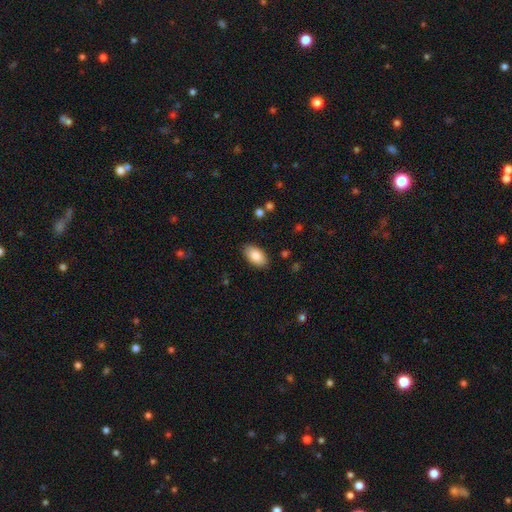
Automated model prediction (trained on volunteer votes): smooth-or-featured: smooth: 87% | featured or disk: 7% | star or artifact: 6%
  how-rounded: in between: 94% | round: 4% | cigar-shaped: 2%
  merging: none: 87% | minor disturbance: 9% | major disturbance: 2% | merger: 1%